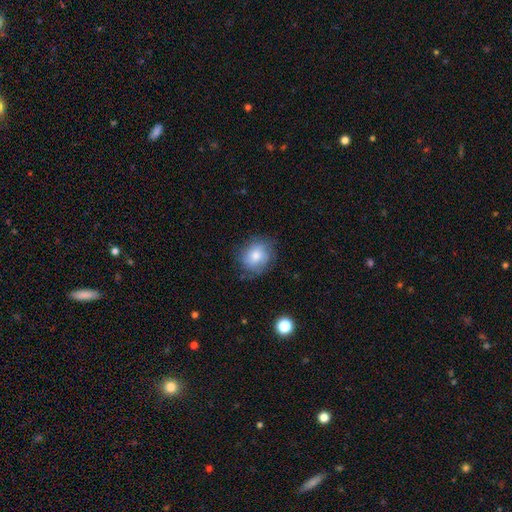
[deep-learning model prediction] Smooth or featured? smooth (75%)
How rounded? round (72%)
Merging? none (71%)